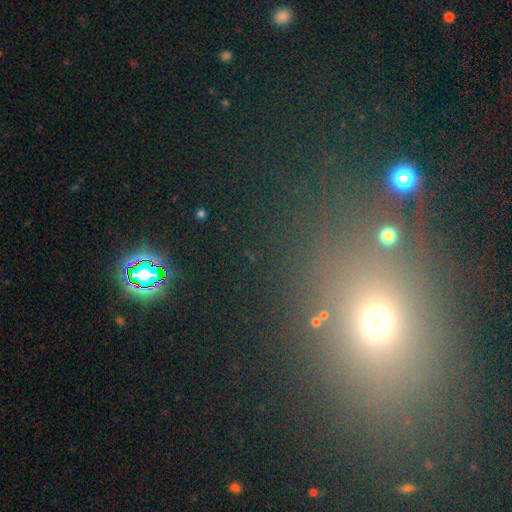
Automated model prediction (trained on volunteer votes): This is possibly a smooth galaxy (45%). Merging: clearly none (82%).